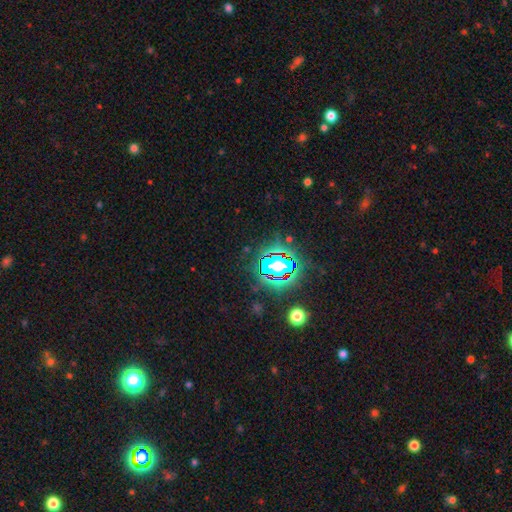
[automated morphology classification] This appears to be a star or artifact, not a galaxy (81%).